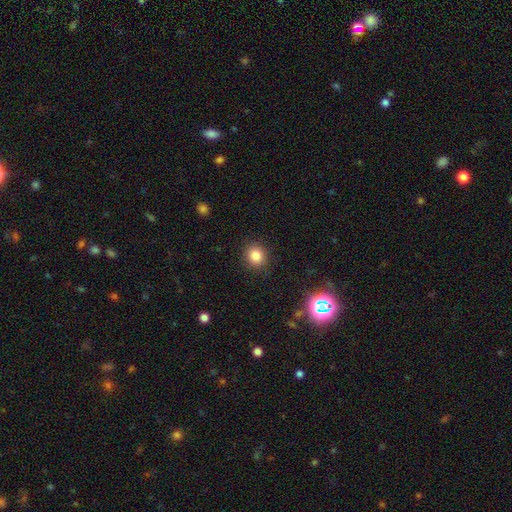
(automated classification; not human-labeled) This is clearly a smooth galaxy (82%). How rounded: likely round (78%). Merging: clearly none (90%).